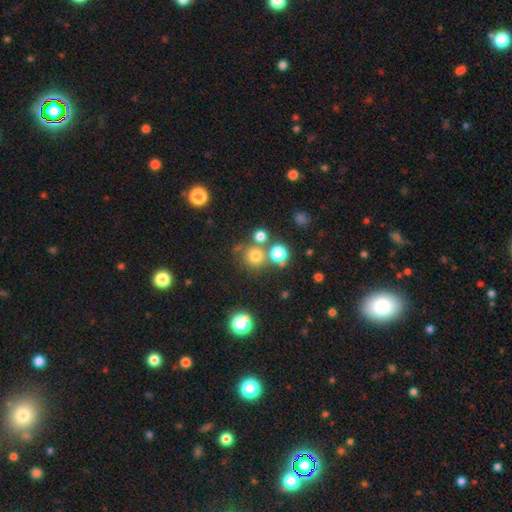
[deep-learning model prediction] Overall: smooth (72%). How rounded: round (92%). Merging: none (67%).